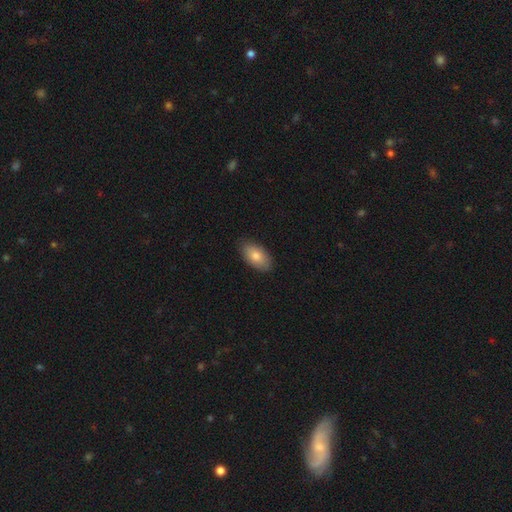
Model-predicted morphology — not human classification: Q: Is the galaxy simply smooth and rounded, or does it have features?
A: smooth — 80%.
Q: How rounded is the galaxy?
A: in between — 94%.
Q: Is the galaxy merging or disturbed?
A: none — 87%.